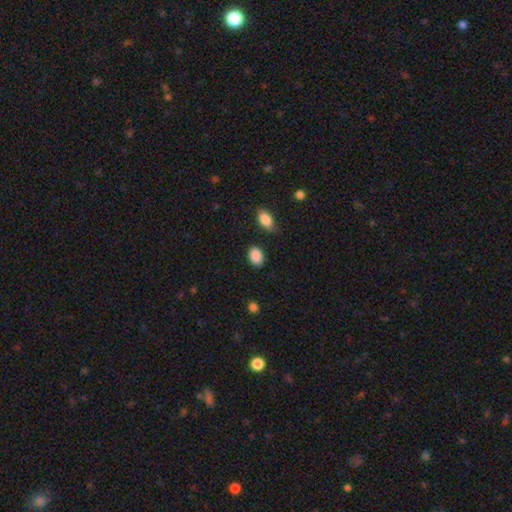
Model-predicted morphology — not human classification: smooth 89%, star or artifact 7%, featured or disk 3%. Down the decision tree: how rounded — in between (77%); merging — none (83%).